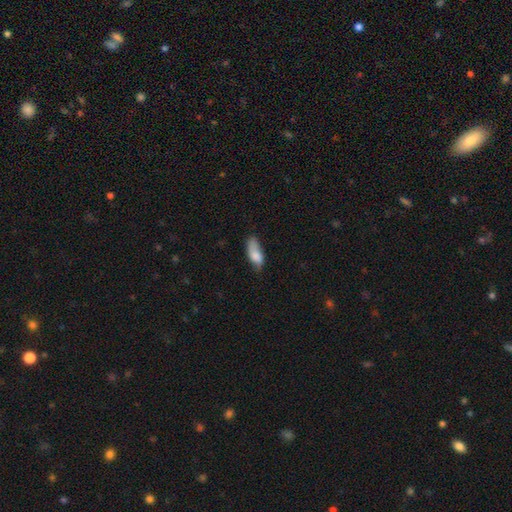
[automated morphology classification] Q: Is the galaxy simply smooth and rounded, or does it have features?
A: smooth — 79%.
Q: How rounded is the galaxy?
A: in between — 79%.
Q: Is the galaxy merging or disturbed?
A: none — 48%.